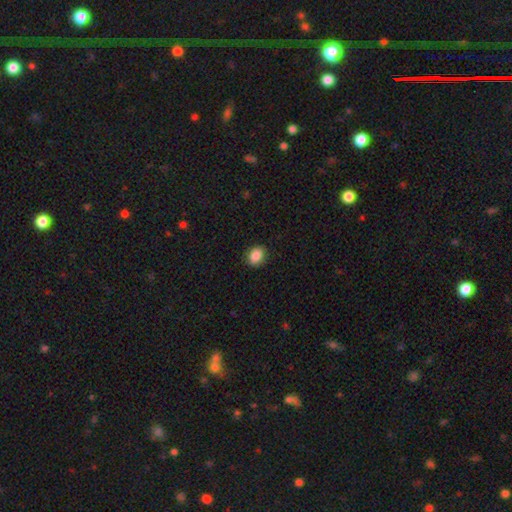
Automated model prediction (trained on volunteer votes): Overall: smooth (87%). How rounded: in between (54%; round 45%). Merging: none (88%).